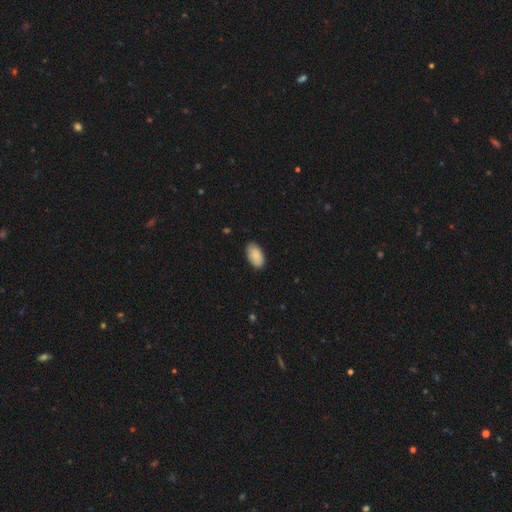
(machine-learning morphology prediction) smooth-or-featured: smooth: 89% | star or artifact: 6% | featured or disk: 5%
  how-rounded: in between: 95% | round: 3% | cigar-shaped: 2%
  merging: none: 85% | minor disturbance: 12% | major disturbance: 2% | merger: 1%